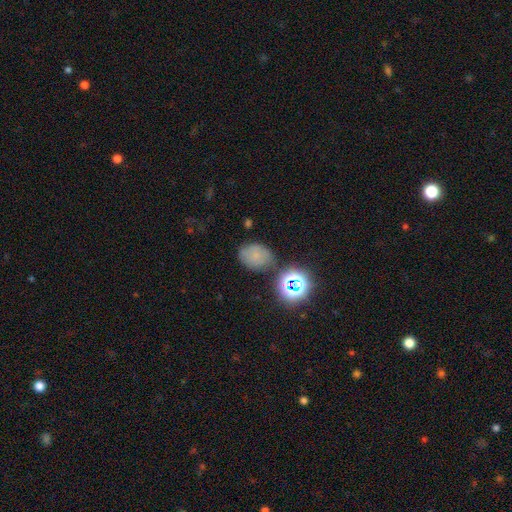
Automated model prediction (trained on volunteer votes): This appears to be a smooth galaxy with no disk features (61%) that is in between round and cigar-shaped (51%). Merging: none (69%).